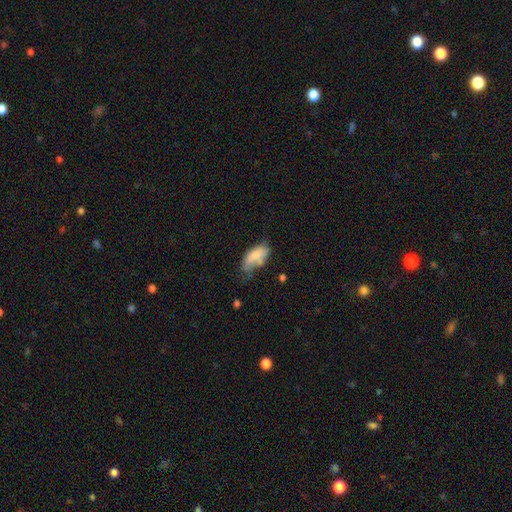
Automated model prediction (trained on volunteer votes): A smooth galaxy with no disk features (78%) that is in between round and cigar-shaped (89%). Merging: none (39%).